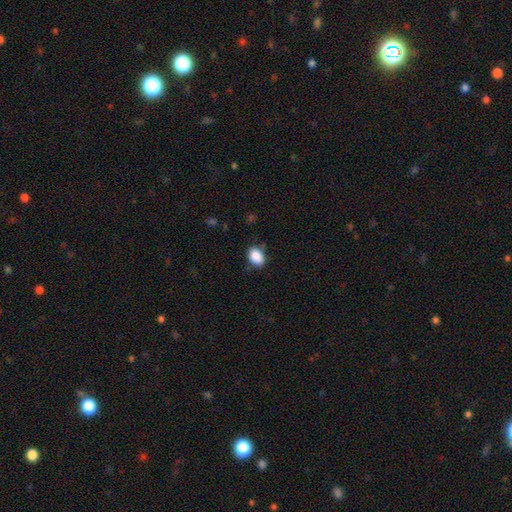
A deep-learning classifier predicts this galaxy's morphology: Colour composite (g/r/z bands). It shows a smooth galaxy with no disk features (88%) that is in between round and cigar-shaped (81%). Merging: none (77%).